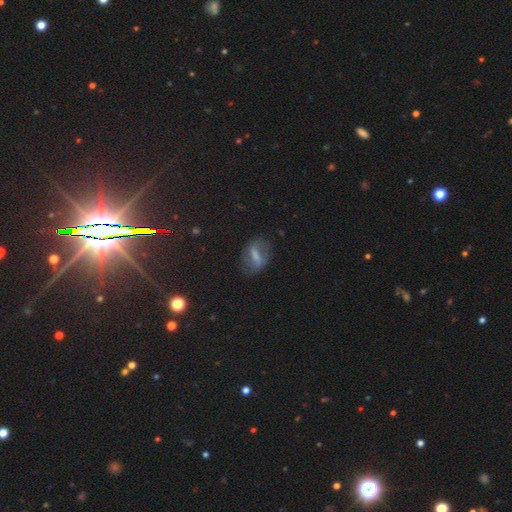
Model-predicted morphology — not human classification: type=featured or disk (48%); merging=none (72%).